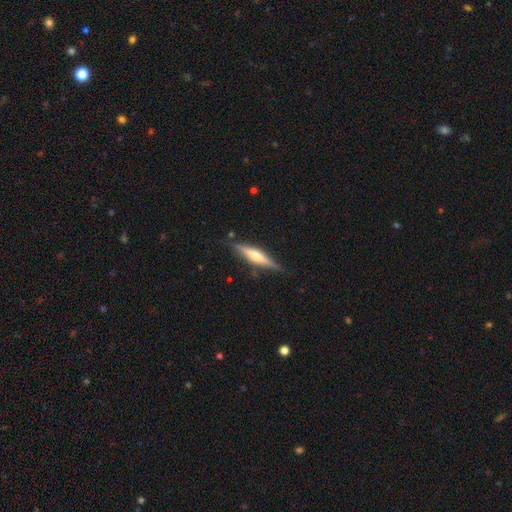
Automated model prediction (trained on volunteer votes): Smooth or featured? Predicted: featured or disk (p=0.62). Edge-on disk? Predicted: yes (p=0.96). Edge-on bulge? Predicted: rounded (p=0.68). Merging? Predicted: none (p=0.83).